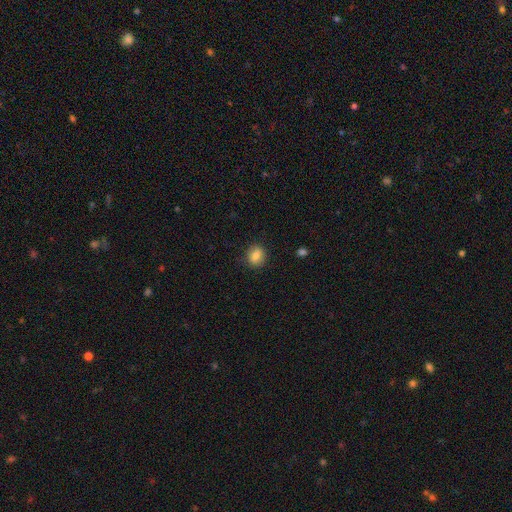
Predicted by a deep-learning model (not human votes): A smooth galaxy with no disk features (83%) that is round (65%).

Vote fractions:
- Smooth or featured? smooth: 83% / star or artifact: 10% / featured or disk: 8%
- How rounded? round: 65% / in between: 34% / cigar-shaped: 1%
- Merging? none: 87% / minor disturbance: 9% / major disturbance: 2% / merger: 1%